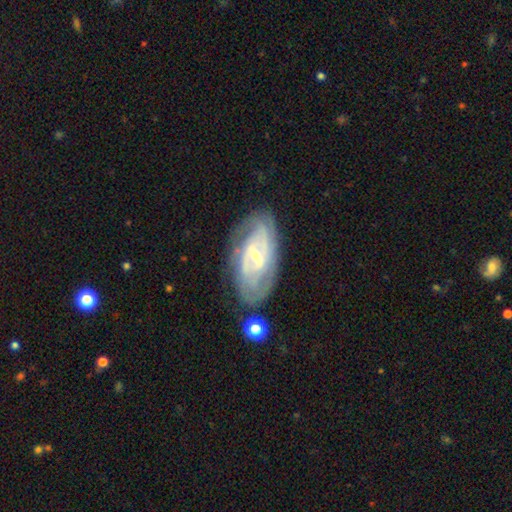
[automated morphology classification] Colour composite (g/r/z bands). It shows a featured or disk galaxy (82%) with a weak bar (47%), 2 (40%) tight (56%) spiral arms (91%) and a small central bulge (70%). Merging: none (72%).